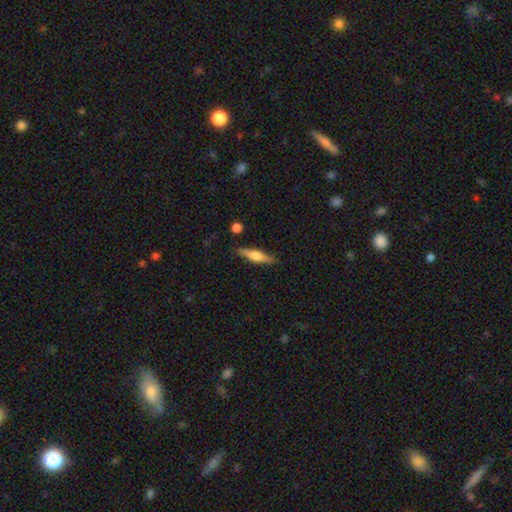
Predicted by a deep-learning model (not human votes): Overall: featured or disk (52%; smooth 42%). Edge-on disk: yes (95%). Merging: none (86%).